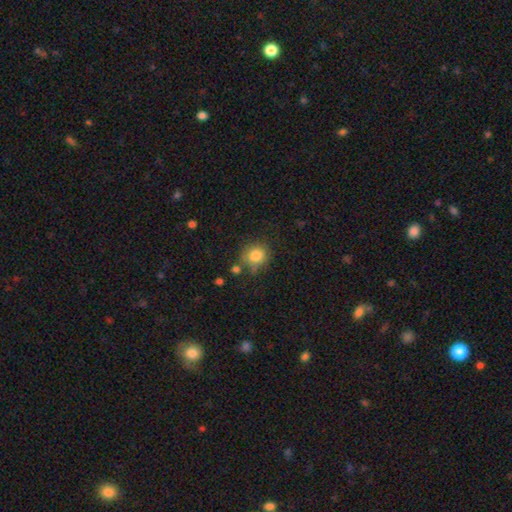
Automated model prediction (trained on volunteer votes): Q: Smooth or featured?
A: smooth (82%); runner-up: star or artifact (10%)
Q: How rounded?
A: round (84%); runner-up: in between (15%)
Q: Merging?
A: none (67%); runner-up: minor disturbance (19%)